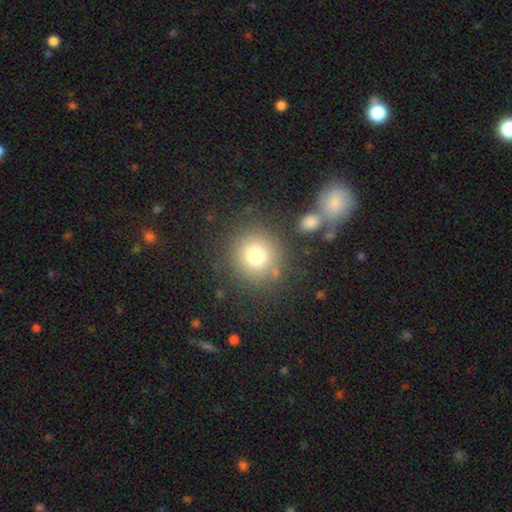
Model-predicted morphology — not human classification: Q: Smooth or featured?
A: smooth (77%); runner-up: star or artifact (13%)
Q: How rounded?
A: round (91%); runner-up: in between (8%)
Q: Merging?
A: none (81%); runner-up: minor disturbance (9%)